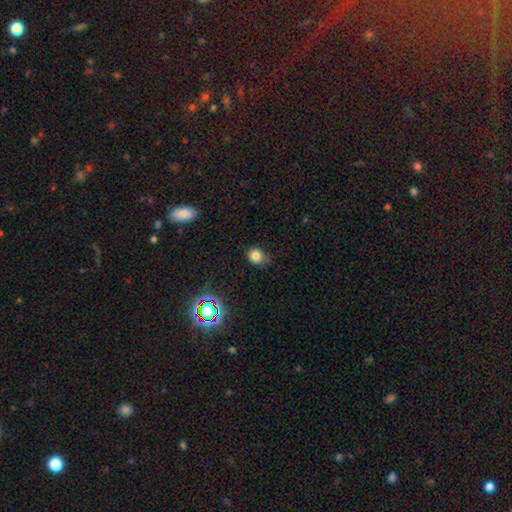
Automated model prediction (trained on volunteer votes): Smooth or featured: smooth — 79% (star or artifact — 15%)
How rounded: round — 57% (in between — 42%)
Merging: none — 68% (minor disturbance — 25%)